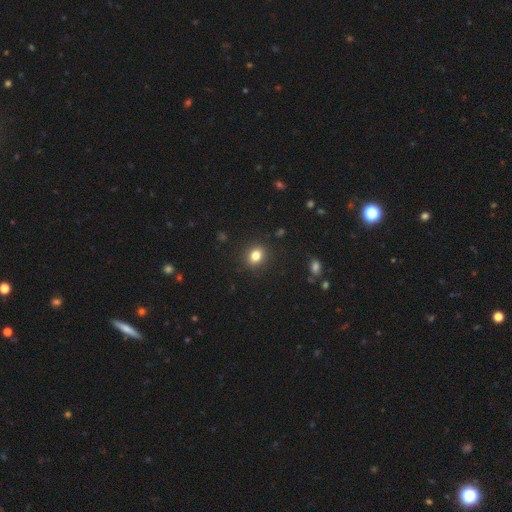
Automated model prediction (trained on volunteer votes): Smooth or featured? smooth (82%)
How rounded? round (60%)
Merging? none (90%)